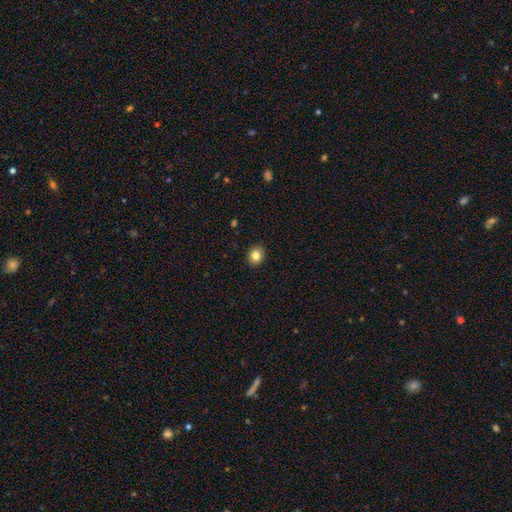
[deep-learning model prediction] Q: Smooth or featured?
A: smooth (82%); runner-up: star or artifact (11%)
Q: How rounded?
A: round (64%); runner-up: in between (35%)
Q: Merging?
A: none (90%); runner-up: minor disturbance (7%)